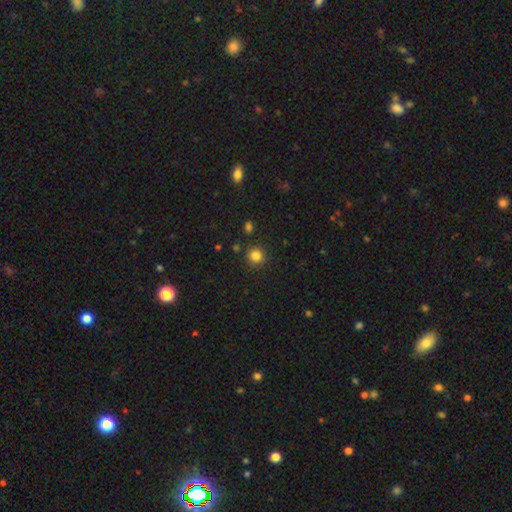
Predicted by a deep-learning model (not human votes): Smooth or featured? smooth (83%)
How rounded? round (90%)
Merging? none (87%)